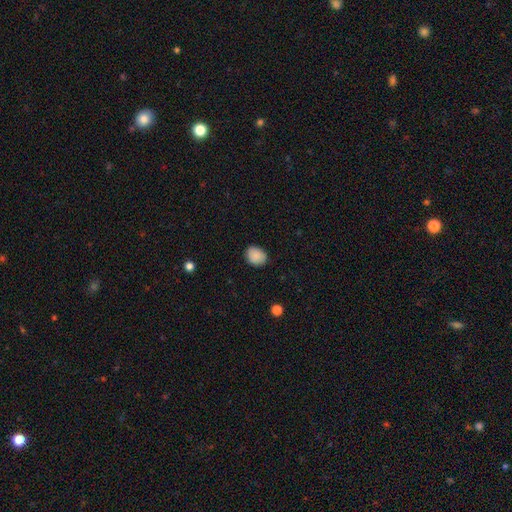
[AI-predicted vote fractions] Q: Smooth or featured?
A: smooth (89%); runner-up: star or artifact (8%)
Q: How rounded?
A: in between (51%); runner-up: round (48%)
Q: Merging?
A: none (86%); runner-up: minor disturbance (11%)